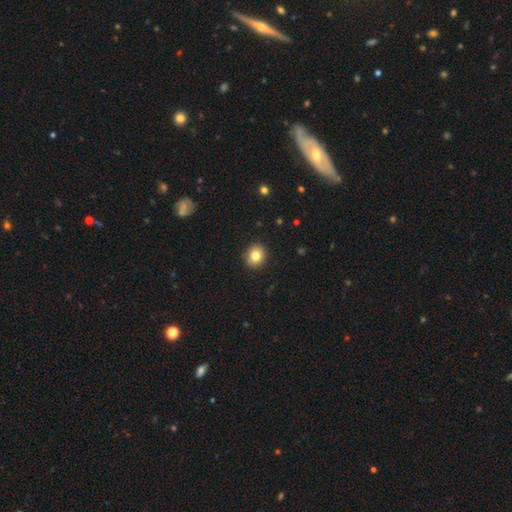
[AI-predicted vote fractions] smooth 82%, star or artifact 10%, featured or disk 8%. Down the decision tree: how rounded — round (73%); merging — none (91%).